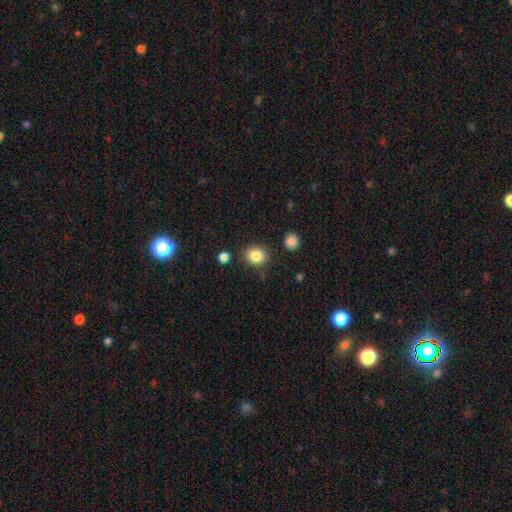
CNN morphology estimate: type=smooth (85%); roundness=round (75%); merging=none (83%).